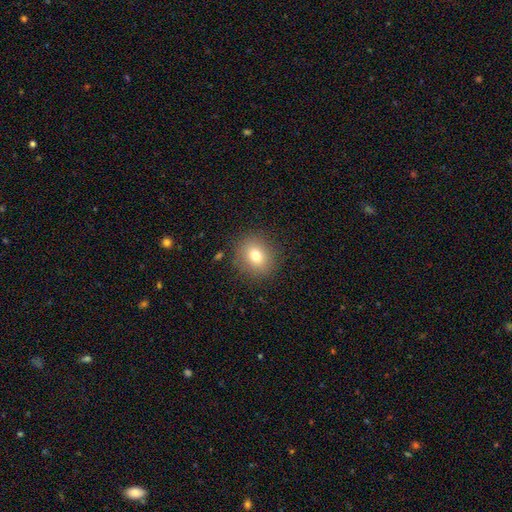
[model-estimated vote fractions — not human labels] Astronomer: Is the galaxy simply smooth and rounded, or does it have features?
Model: smooth — 77%.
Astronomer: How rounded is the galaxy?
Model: round — 72%.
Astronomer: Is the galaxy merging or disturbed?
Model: none — 86%.